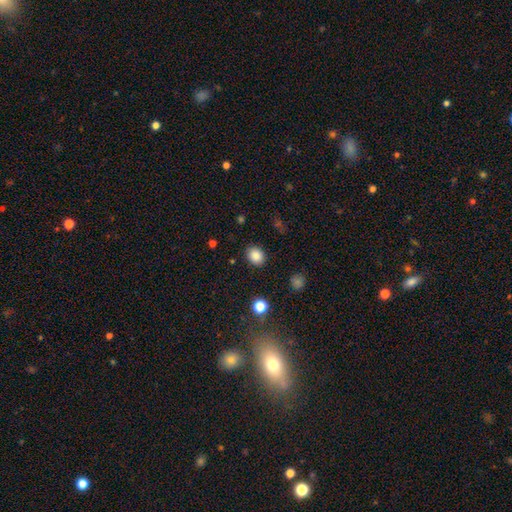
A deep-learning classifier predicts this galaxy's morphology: Overall: smooth (85%). How rounded: round (54%; in between 45%). Merging: none (88%).